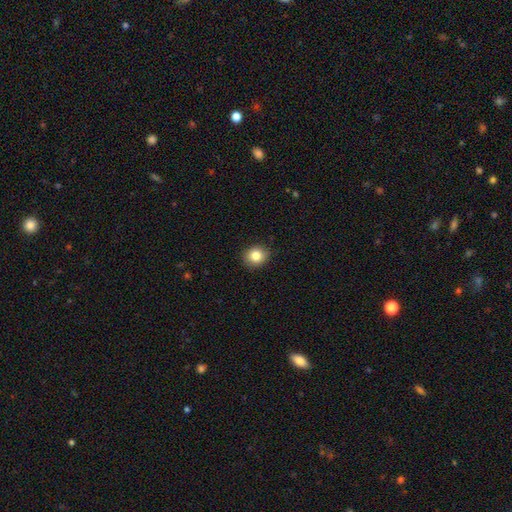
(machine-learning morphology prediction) Smooth or featured: smooth — 84% (star or artifact — 10%)
How rounded: round — 77% (in between — 22%)
Merging: none — 89% (minor disturbance — 8%)